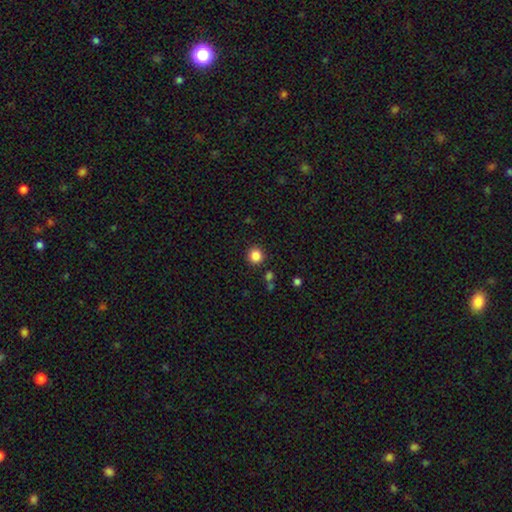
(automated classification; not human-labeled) Smooth or featured: smooth — 85% (star or artifact — 11%)
How rounded: round — 94% (in between — 5%)
Merging: none — 90% (minor disturbance — 6%)